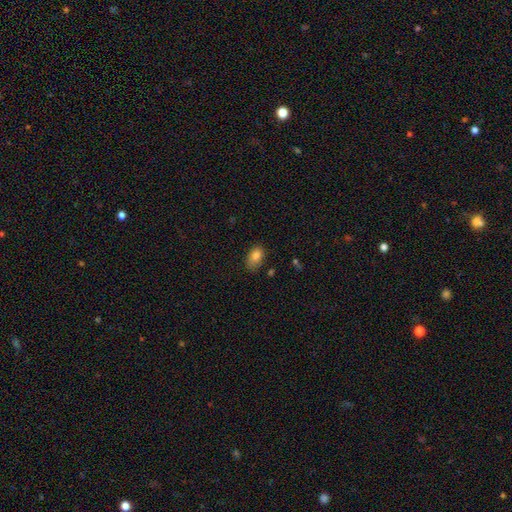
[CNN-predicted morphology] Smooth or featured? Predicted: smooth (p=0.83). How rounded? Predicted: in between (p=0.87). Merging? Predicted: none (p=0.66).